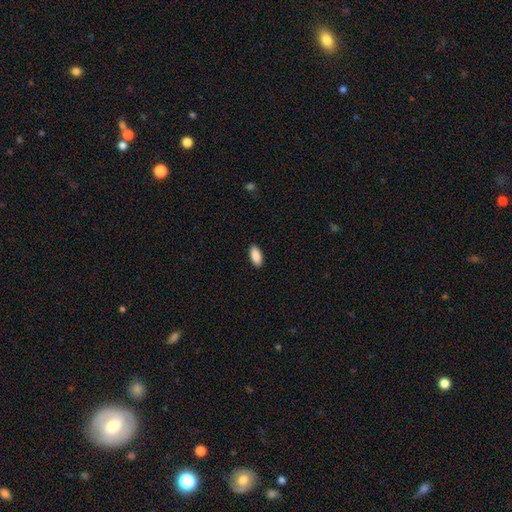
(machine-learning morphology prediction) smooth 90%, star or artifact 6%, featured or disk 4%. Down the decision tree: how rounded — in between (88%); merging — none (90%).